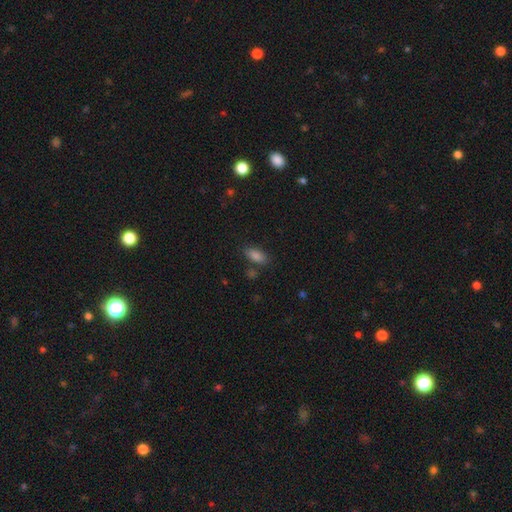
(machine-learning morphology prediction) Smooth or featured? smooth (81%)
How rounded? in between (86%)
Merging? none (80%)